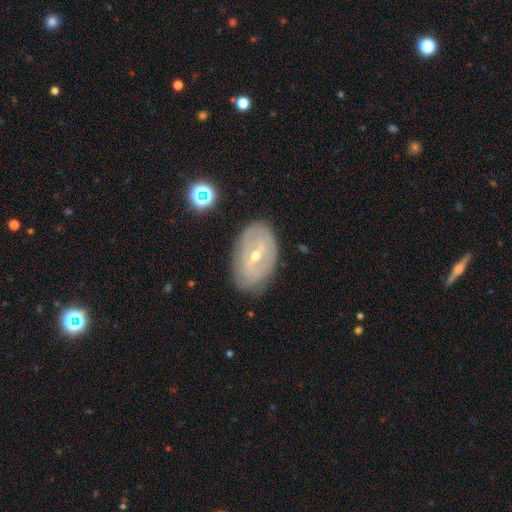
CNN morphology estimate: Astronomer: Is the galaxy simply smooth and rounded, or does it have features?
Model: featured or disk — 75%.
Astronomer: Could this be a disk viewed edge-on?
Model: no — 92%.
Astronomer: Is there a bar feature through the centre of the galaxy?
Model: weak — 45% (runner-up: strong, 30%).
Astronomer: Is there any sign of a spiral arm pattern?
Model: yes — 61% (runner-up: no, 39%).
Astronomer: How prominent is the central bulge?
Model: small — 54% (runner-up: moderate, 43%).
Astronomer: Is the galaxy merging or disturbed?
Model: none — 78%.